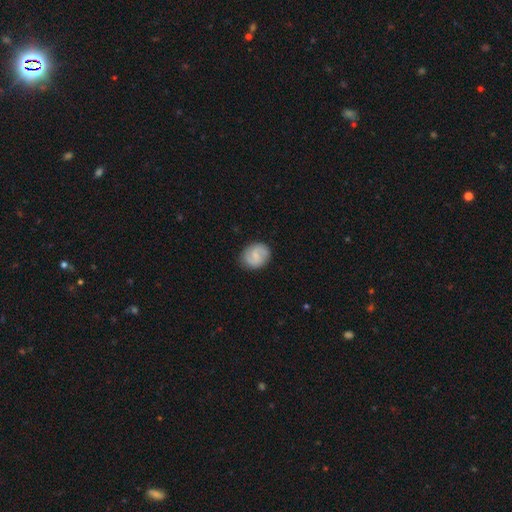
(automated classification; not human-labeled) Overall: featured or disk (59%; smooth 34%). Edge-on disk: no (98%). Bar: weak (52%; no 37%). Spiral arms: yes (92%). Spiral arm count: 2 (87%). Spiral winding: medium (47%; tight 32%). Bulge size: small (46%; none 33%). Merging: none (85%).